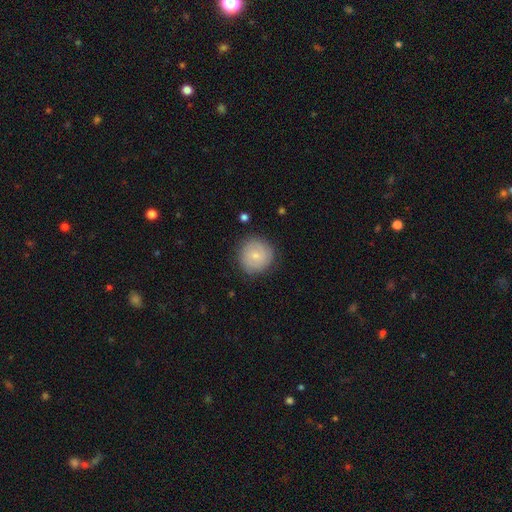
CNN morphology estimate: A smooth galaxy with no disk features (69%) that is round (93%). Merging: none (83%).